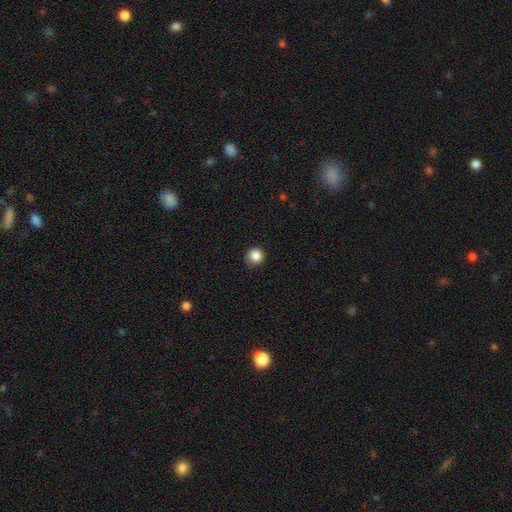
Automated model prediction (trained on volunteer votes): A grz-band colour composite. It shows a smooth galaxy with no disk features (86%) that is round (90%). Merging: none (74%).